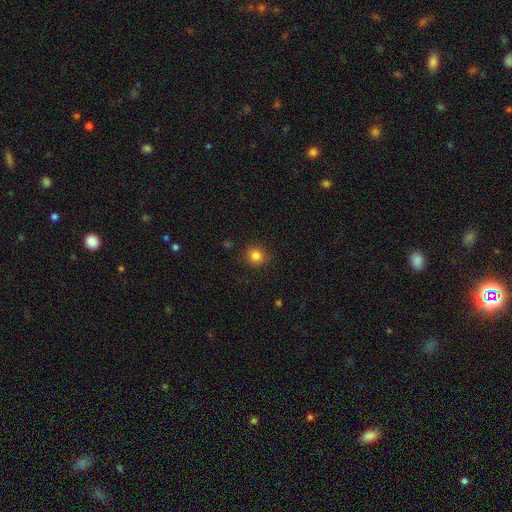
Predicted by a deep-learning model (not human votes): Q: Smooth or featured?
A: smooth (84%); runner-up: star or artifact (12%)
Q: How rounded?
A: round (87%); runner-up: in between (12%)
Q: Merging?
A: none (86%); runner-up: minor disturbance (10%)